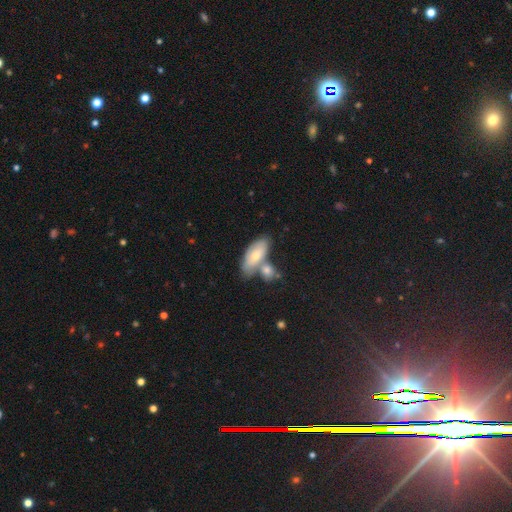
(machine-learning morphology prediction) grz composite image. It shows a smooth galaxy with no disk features (65%) that is in between round and cigar-shaped (81%). Merging: none (42%).